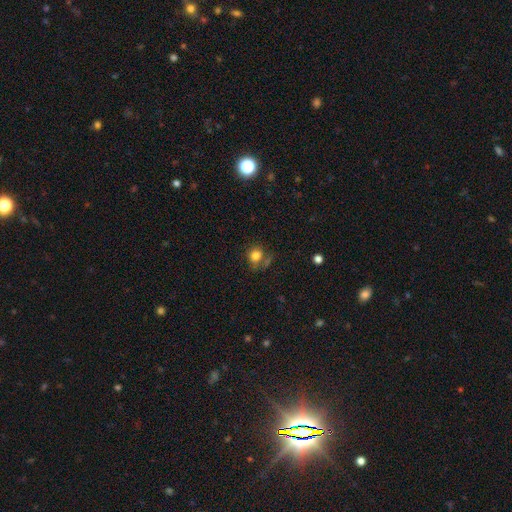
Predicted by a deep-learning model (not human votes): The model was most divided on "merging": none: 55%, minor disturbance: 22%, major disturbance: 12%, merger: 12%. More confident: smooth or featured — smooth (79%); how rounded — round (68%).